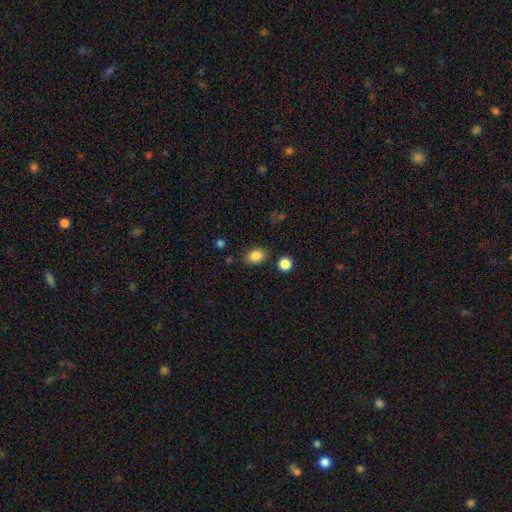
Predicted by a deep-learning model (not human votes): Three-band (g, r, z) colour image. It shows a smooth galaxy with no disk features (86%) that is in between round and cigar-shaped (68%). Merging: none (82%).